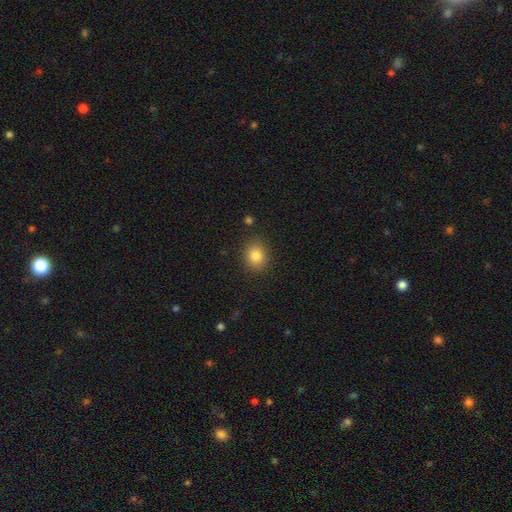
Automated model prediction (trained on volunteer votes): smooth-or-featured: smooth: 84% | star or artifact: 10% | featured or disk: 6%
  how-rounded: round: 56% | in between: 43% | cigar-shaped: 1%
  merging: none: 86% | minor disturbance: 9% | major disturbance: 3% | merger: 2%